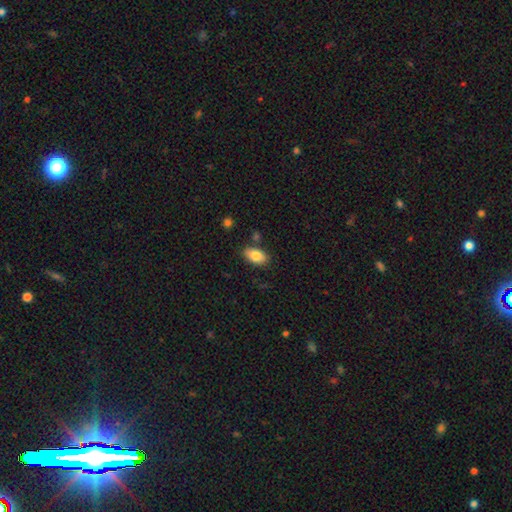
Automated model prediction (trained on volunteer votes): This appears to be a smooth galaxy with no disk features (83%) that is in between round and cigar-shaped (92%). Merging: none (81%).